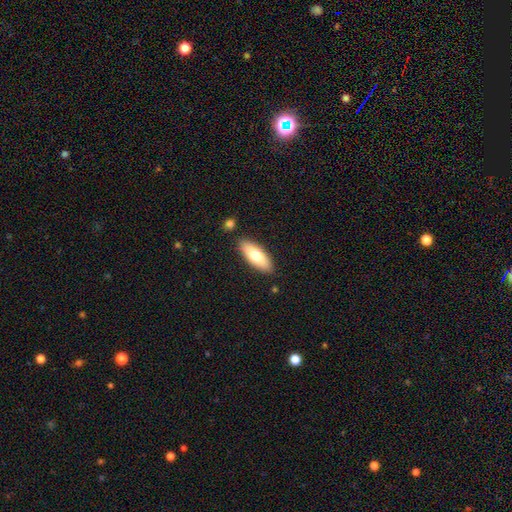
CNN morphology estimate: The model was most divided on "how rounded": in between: 70%, cigar-shaped: 28%, round: 2%. More confident: merging — none (87%); smooth or featured — smooth (70%).